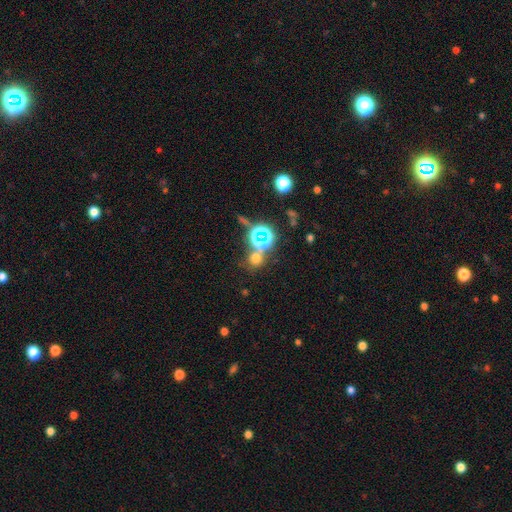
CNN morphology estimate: smooth 53%, star or artifact 39%, featured or disk 8%. Down the decision tree: how rounded — round (87%); merging — none (68%).